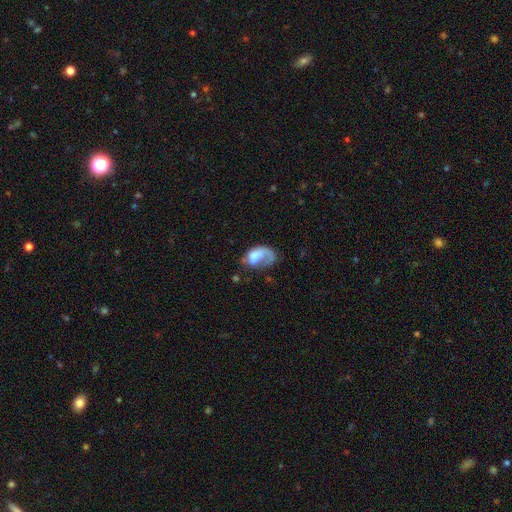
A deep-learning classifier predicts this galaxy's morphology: The model was most divided on "smooth or featured": featured or disk: 48%, smooth: 45%, star or artifact: 7%. Remaining: merging — major disturbance (48%).